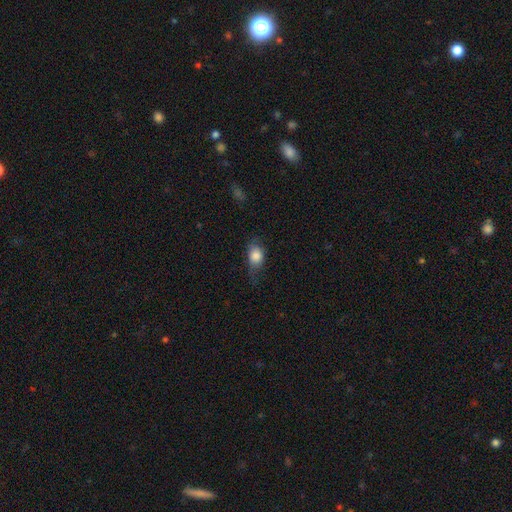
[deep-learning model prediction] Overall: smooth (82%). How rounded: in between (67%; round 30%). Merging: none (49%; minor disturbance 34%).